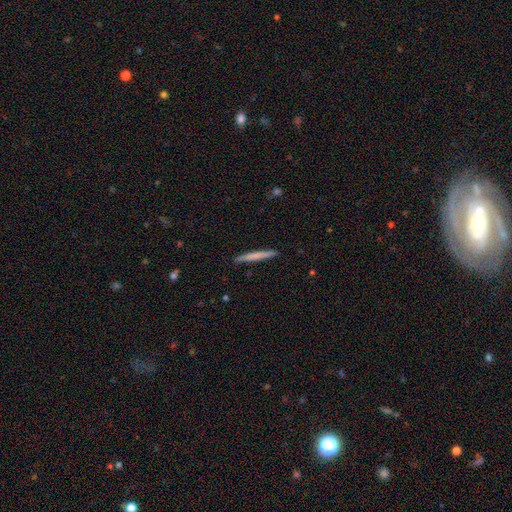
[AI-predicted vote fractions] Smooth or featured?
  - smooth: 63% *
  - featured or disk: 31%
  - star or artifact: 5%
How rounded?
  - cigar-shaped: 97% *
  - in between: 2%
  - round: 1%
Merging?
  - none: 92% *
  - minor disturbance: 6%
  - major disturbance: 1%
  - merger: 1%